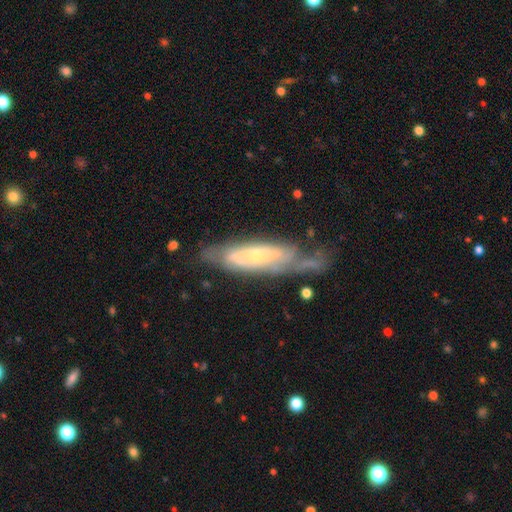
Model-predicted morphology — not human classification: This appears to be a featured or disk galaxy (71%) with no bar (61%), spiral arms (76%) and a small central bulge (55%). Merging: none (49%).